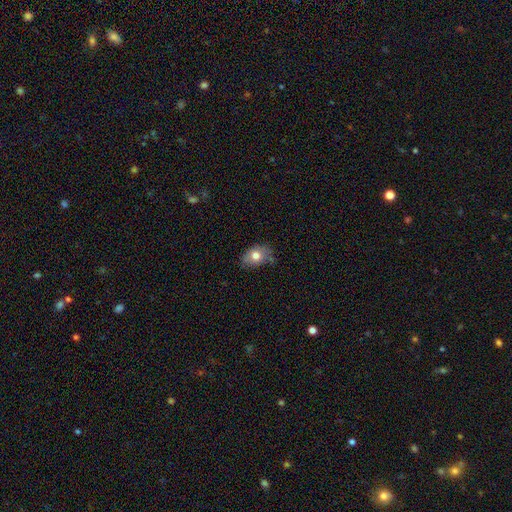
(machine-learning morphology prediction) smooth_or_featured: smooth (p=0.75) [alt: featured or disk p=0.16]
how_rounded: in between (p=0.74) [alt: round p=0.25]
merging: none (p=0.62) [alt: minor disturbance p=0.29]